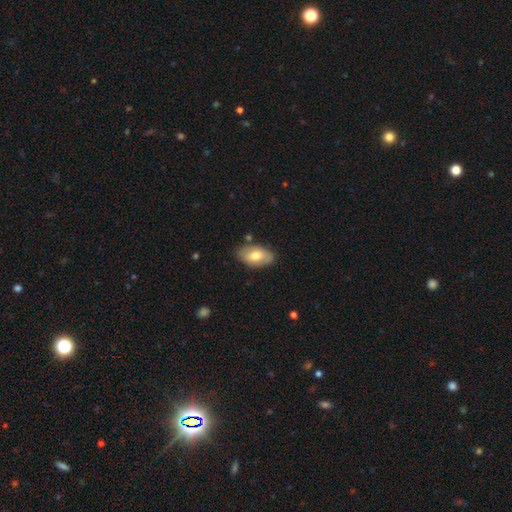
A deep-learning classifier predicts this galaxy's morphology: Overall: smooth (69%). How rounded: in between (93%). Merging: none (80%).